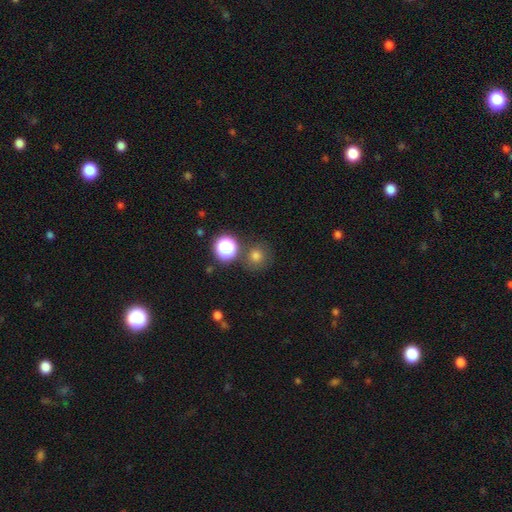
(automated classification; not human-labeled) A smooth galaxy with no disk features (74%) that is round (90%).

Vote fractions:
- Smooth or featured? smooth: 74% / star or artifact: 19% / featured or disk: 7%
- How rounded? round: 90% / in between: 9% / cigar-shaped: 1%
- Merging? none: 80% / minor disturbance: 10% / merger: 7% / major disturbance: 4%